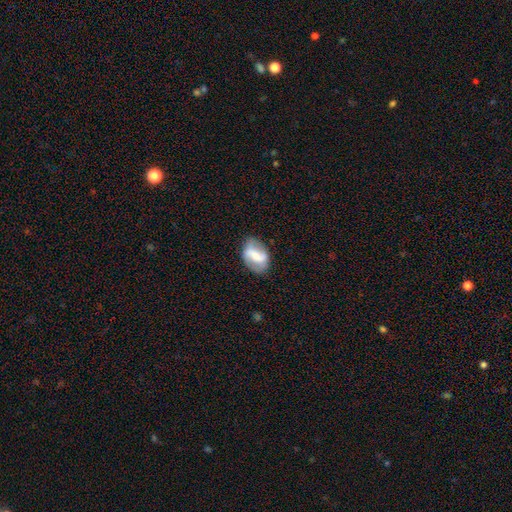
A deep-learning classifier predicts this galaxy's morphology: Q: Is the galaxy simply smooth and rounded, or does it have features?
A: featured or disk — 59%.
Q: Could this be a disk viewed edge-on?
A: no — 95%.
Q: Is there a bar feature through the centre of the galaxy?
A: strong — 54%.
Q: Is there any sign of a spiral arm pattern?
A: yes — 64%.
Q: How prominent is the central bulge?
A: moderate — 42%.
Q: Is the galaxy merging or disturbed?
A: none — 74%.